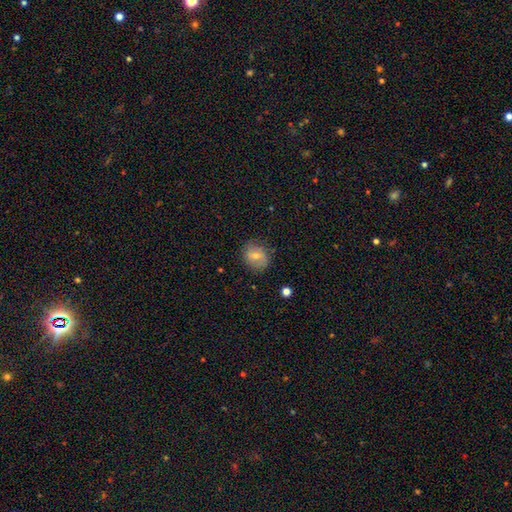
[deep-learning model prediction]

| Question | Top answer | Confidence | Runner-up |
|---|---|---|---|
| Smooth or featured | smooth | 49% | featured or disk (38%) |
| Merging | none | 83% | minor disturbance (12%) |